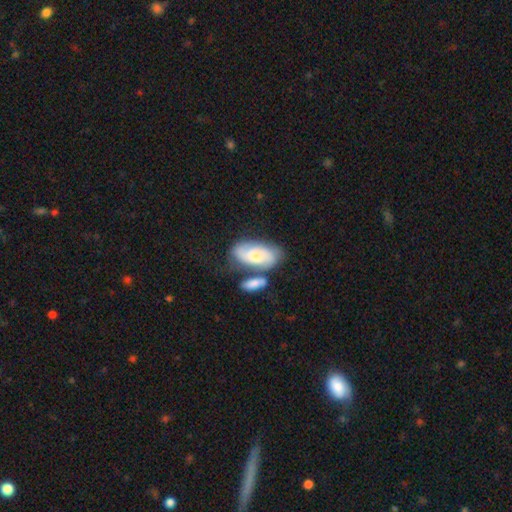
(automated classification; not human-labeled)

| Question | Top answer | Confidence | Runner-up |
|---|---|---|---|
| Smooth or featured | featured or disk | 58% | smooth (36%) |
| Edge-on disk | no | 93% | yes (7%) |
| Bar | no | 63% | weak (30%) |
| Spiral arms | yes | 88% | no (12%) |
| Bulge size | moderate | 46% | small (40%) |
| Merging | none | 47% | merger (30%) |